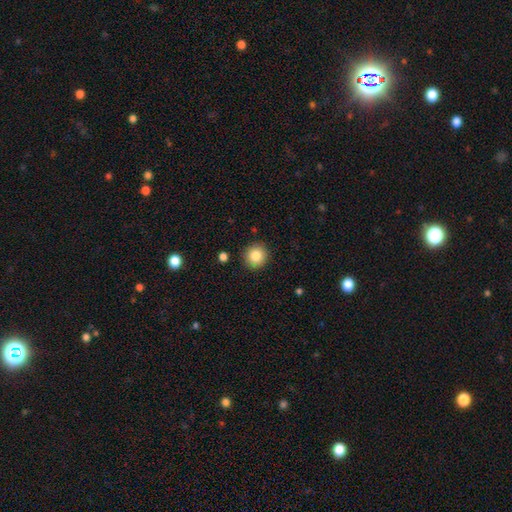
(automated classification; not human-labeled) Morphology: type=smooth (85%); roundness=round (92%); merging=none (91%).